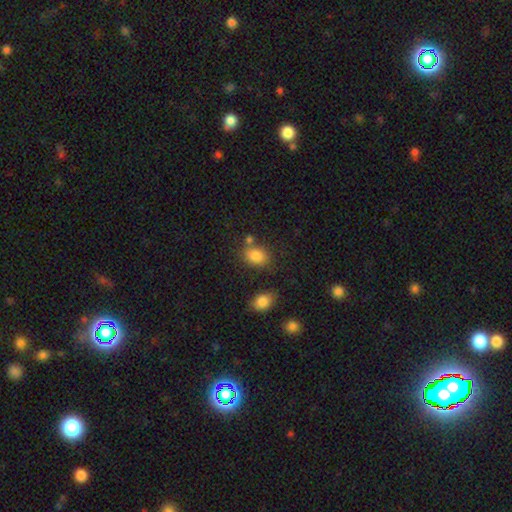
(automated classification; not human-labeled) The model was most divided on "how rounded": in between: 70%, round: 28%, cigar-shaped: 1%. More confident: smooth or featured — smooth (84%); merging — none (67%).